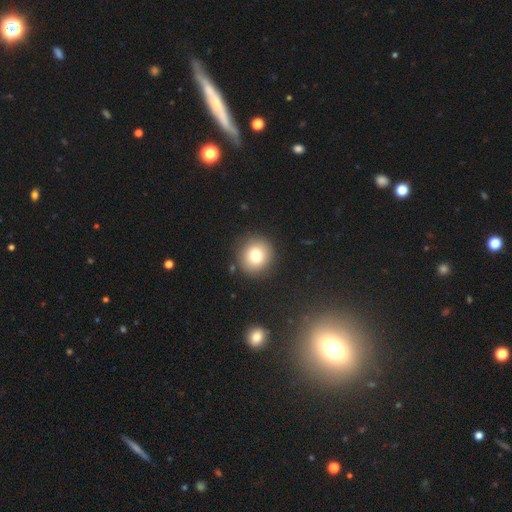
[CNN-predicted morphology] The model was most divided on "smooth or featured": smooth: 77%, star or artifact: 12%, featured or disk: 11%. More confident: how rounded — round (90%); merging — none (89%).